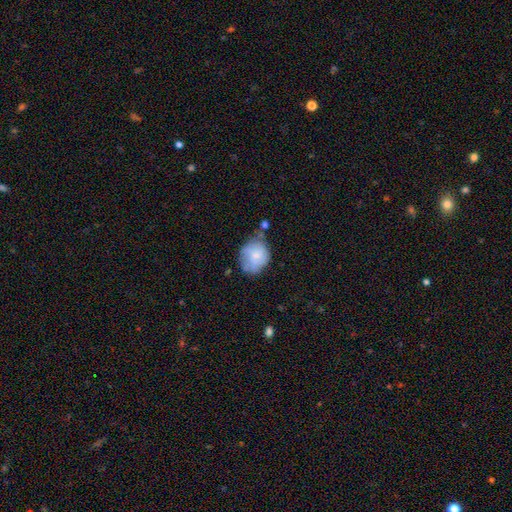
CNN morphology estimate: The model was most divided on "merging": none: 46%, minor disturbance: 33%, major disturbance: 11%, merger: 10%. More confident: smooth or featured — smooth (72%); how rounded — round (61%).